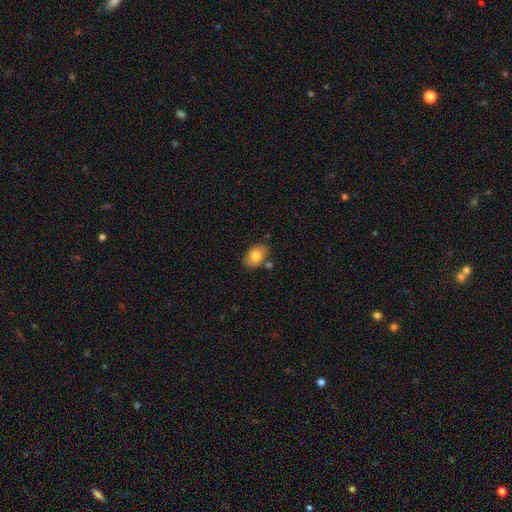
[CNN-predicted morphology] Smooth or featured? Predicted: smooth (p=0.81). How rounded? Predicted: in between (p=0.81). Merging? Predicted: none (p=0.77).